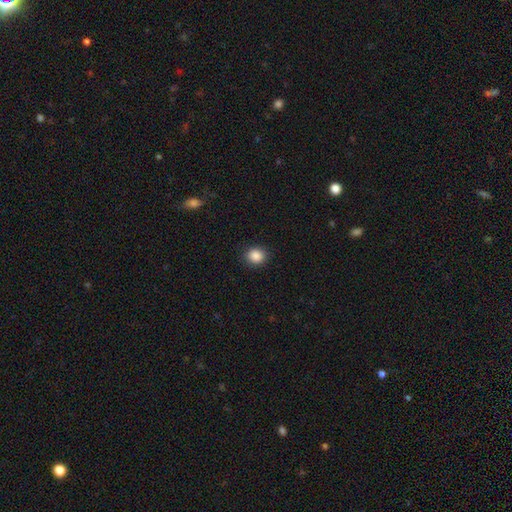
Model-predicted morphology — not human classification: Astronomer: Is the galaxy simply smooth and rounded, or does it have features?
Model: smooth — 88%.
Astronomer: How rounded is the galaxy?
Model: round — 77%.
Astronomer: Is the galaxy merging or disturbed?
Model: none — 90%.